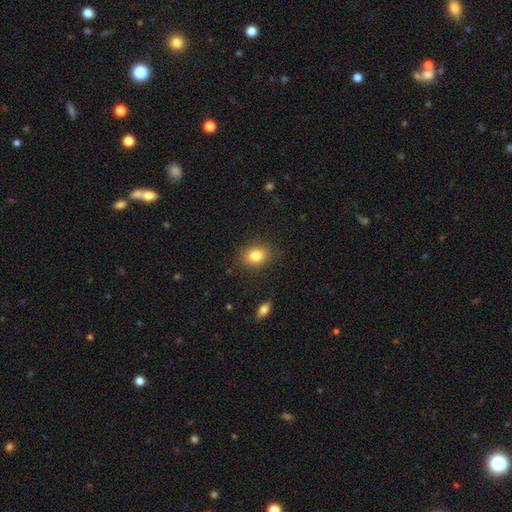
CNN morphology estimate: smooth-or-featured: smooth: 83% | star or artifact: 10% | featured or disk: 8%
  how-rounded: in between: 61% | round: 38% | cigar-shaped: 1%
  merging: none: 86% | minor disturbance: 10% | major disturbance: 3% | merger: 1%